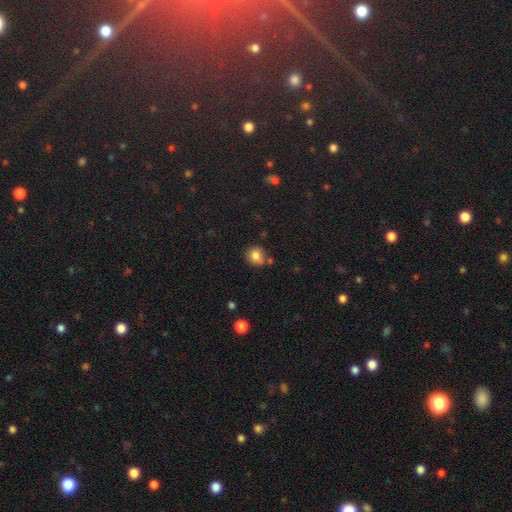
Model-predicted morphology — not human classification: This appears to be a smooth galaxy with no disk features (82%) that is round (82%). Merging: none (66%).